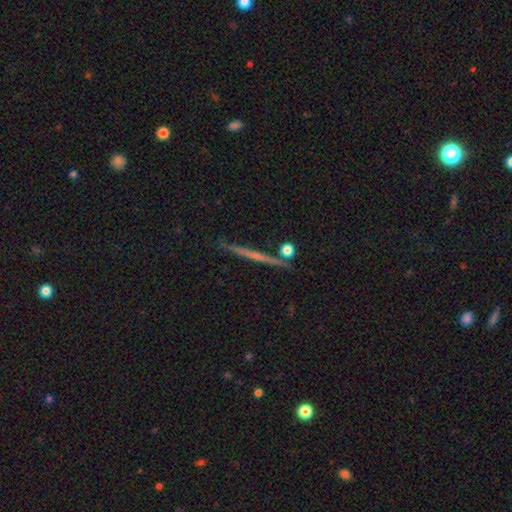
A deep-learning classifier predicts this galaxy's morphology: featured or disk 59%, smooth 32%, star or artifact 8%. Down the decision tree: edge-on disk — yes (97%); edge-on bulge — none (79%); merging — none (88%).